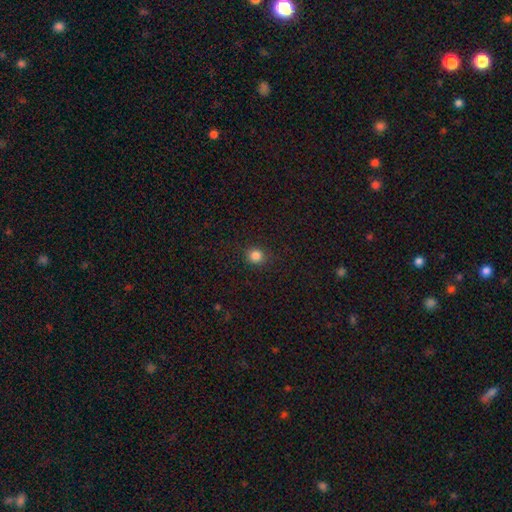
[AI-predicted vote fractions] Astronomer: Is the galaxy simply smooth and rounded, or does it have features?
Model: smooth — 84%.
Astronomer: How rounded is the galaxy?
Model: round — 87%.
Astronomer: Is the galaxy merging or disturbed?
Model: none — 89%.